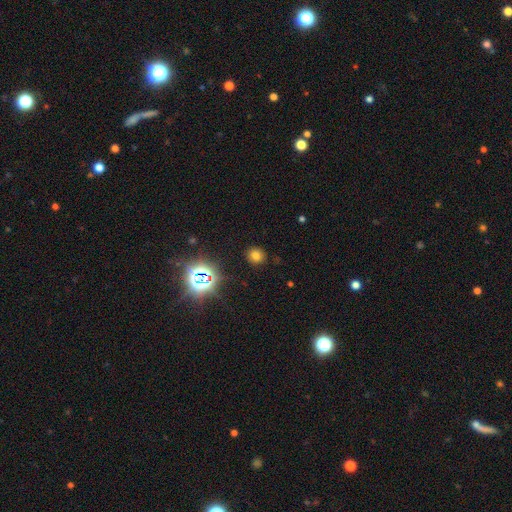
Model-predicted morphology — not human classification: Q: Smooth or featured?
A: smooth (67%); runner-up: star or artifact (25%)
Q: How rounded?
A: round (82%); runner-up: in between (17%)
Q: Merging?
A: none (89%); runner-up: minor disturbance (7%)